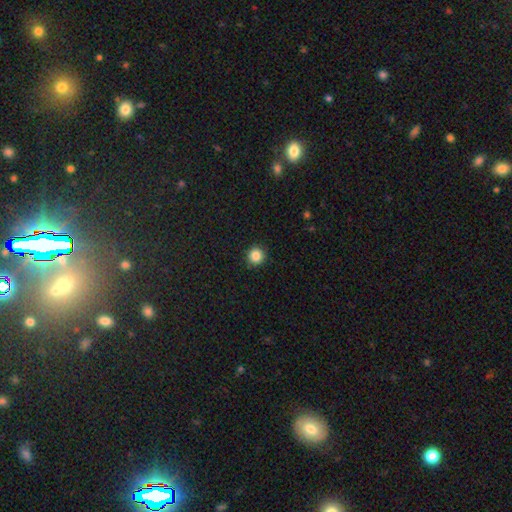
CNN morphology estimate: Smooth or featured? smooth (85%)
How rounded? round (94%)
Merging? none (92%)